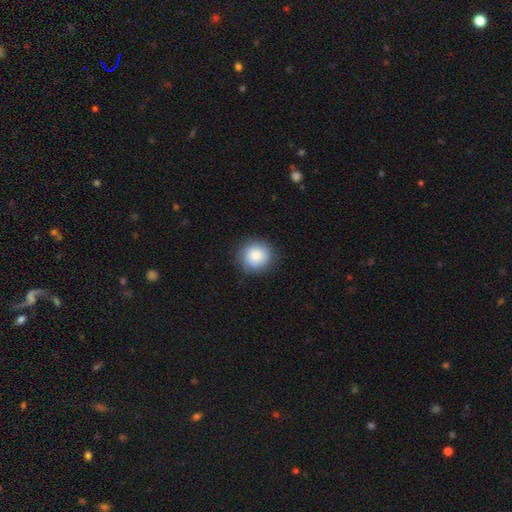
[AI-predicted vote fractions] Overall: smooth (81%). How rounded: round (92%). Merging: none (85%).